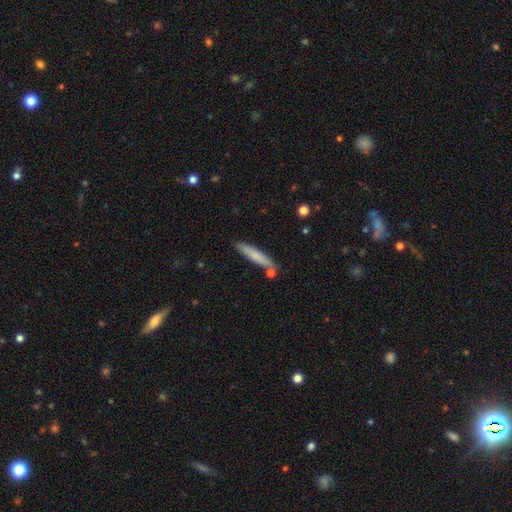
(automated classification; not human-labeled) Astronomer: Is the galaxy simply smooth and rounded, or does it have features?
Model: smooth — 73%.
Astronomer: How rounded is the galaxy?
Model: cigar-shaped — 91%.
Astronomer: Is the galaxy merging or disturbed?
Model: none — 81%.